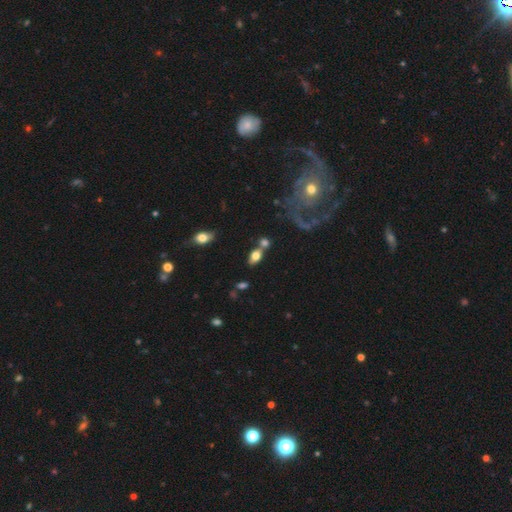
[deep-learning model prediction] Overall: smooth (70%). How rounded: in between (84%). Merging: none (51%; merger 30%).